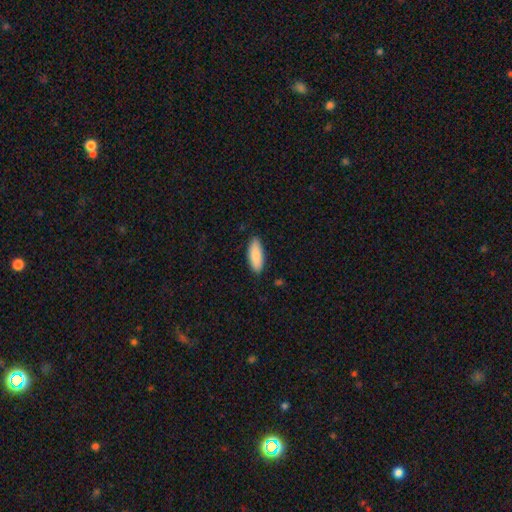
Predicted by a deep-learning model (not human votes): The model was most divided on "how rounded": in between: 76%, cigar-shaped: 22%, round: 2%. More confident: merging — none (87%); smooth or featured — smooth (87%).